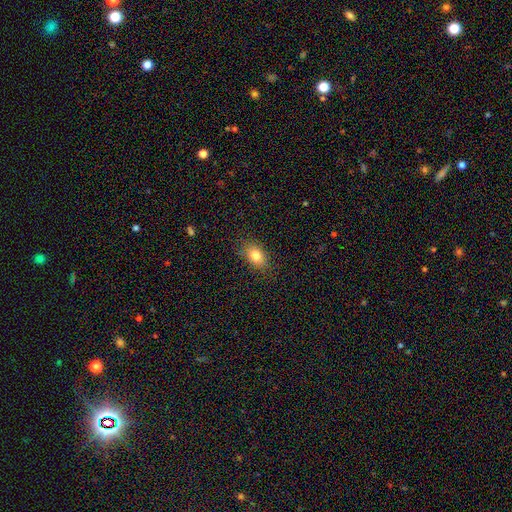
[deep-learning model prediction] Smooth or featured: smooth — 81% (star or artifact — 10%)
How rounded: in between — 80% (round — 18%)
Merging: none — 82% (minor disturbance — 13%)